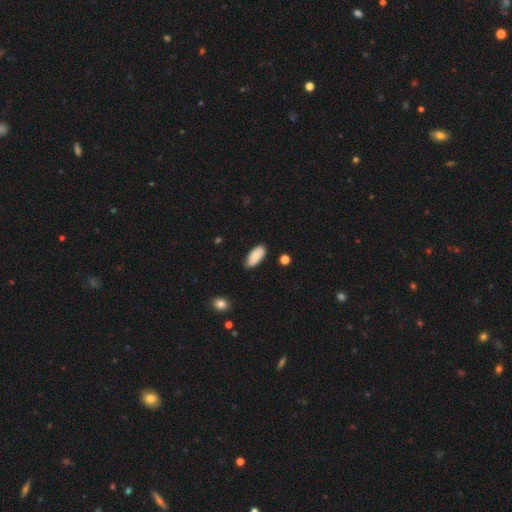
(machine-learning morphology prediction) Smooth or featured: smooth — 85% (featured or disk — 9%)
How rounded: in between — 92% (cigar-shaped — 6%)
Merging: none — 83% (minor disturbance — 13%)